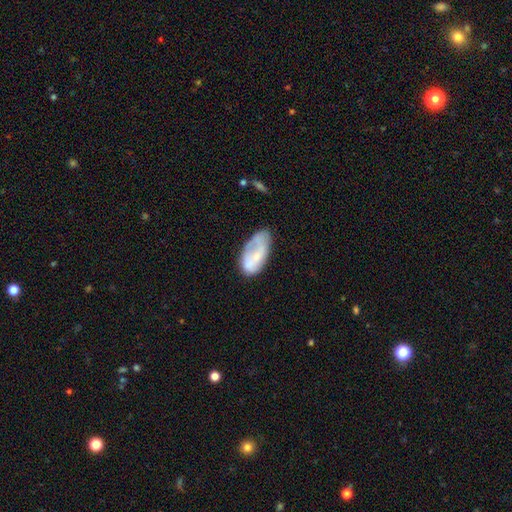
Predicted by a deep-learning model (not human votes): This appears to be a smooth galaxy with no disk features (52%) that is in between round and cigar-shaped (92%). Merging: none (47%).